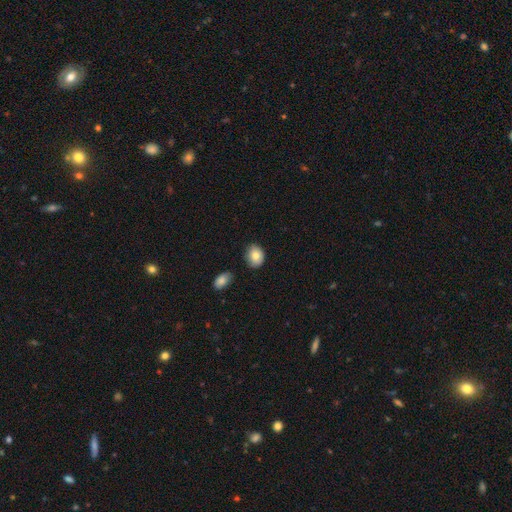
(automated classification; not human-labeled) Q: Smooth or featured?
A: smooth (82%); runner-up: featured or disk (10%)
Q: How rounded?
A: in between (55%); runner-up: round (44%)
Q: Merging?
A: none (76%); runner-up: minor disturbance (17%)